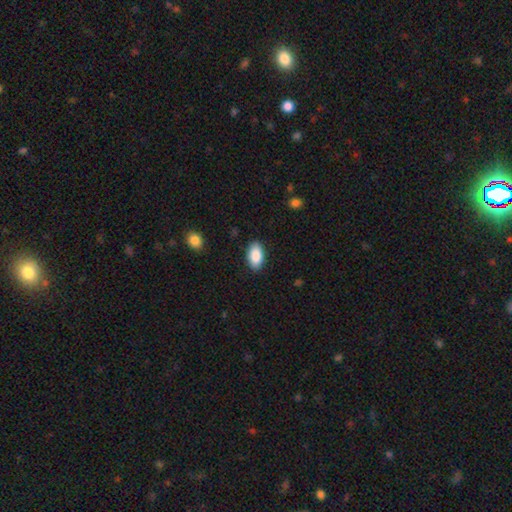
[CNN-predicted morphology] A smooth galaxy with no disk features (88%) that is in between round and cigar-shaped (94%).

Vote fractions:
- Smooth or featured? smooth: 88% / star or artifact: 6% / featured or disk: 5%
- How rounded? in between: 94% / round: 3% / cigar-shaped: 3%
- Merging? none: 88% / minor disturbance: 9% / major disturbance: 2% / merger: 1%